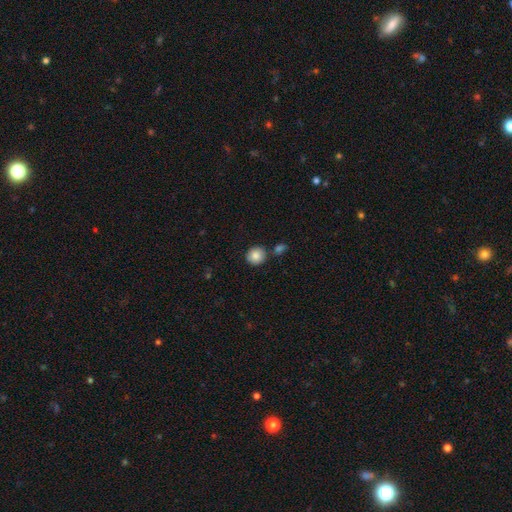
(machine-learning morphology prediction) Smooth or featured: smooth — 86% (star or artifact — 8%)
How rounded: round — 89% (in between — 10%)
Merging: none — 75% (merger — 11%)